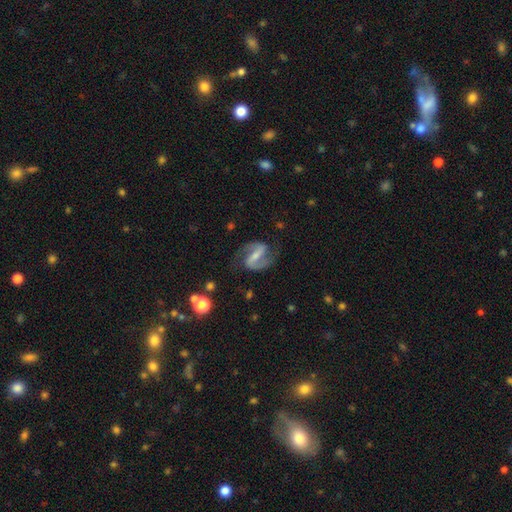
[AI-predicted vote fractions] smooth_or_featured: featured or disk (p=0.89) [alt: smooth p=0.06]
disk_edge_on: no (p=0.97) [alt: yes p=0.03]
bar: strong (p=0.62) [alt: weak p=0.28]
has_spiral_arms: yes (p=0.97) [alt: no p=0.03]
spiral_winding: medium (p=0.56) [alt: loose p=0.27]
spiral_arm_count: 2 (p=0.94) [alt: can't tell p=0.02]
bulge_size: small (p=0.54) [alt: moderate p=0.33]
merging: none (p=0.79) [alt: minor disturbance p=0.13]